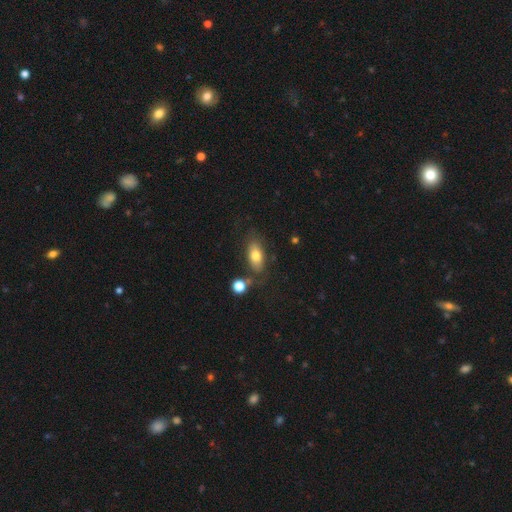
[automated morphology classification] The model was most divided on "smooth or featured": smooth: 73%, featured or disk: 19%, star or artifact: 8%. More confident: how rounded — in between (85%); merging — none (72%).